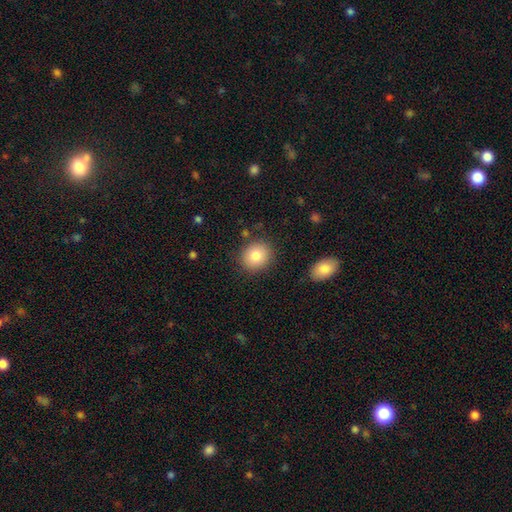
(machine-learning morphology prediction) smooth_or_featured: smooth (p=0.82) [alt: featured or disk p=0.09]
how_rounded: round (p=0.76) [alt: in between p=0.23]
merging: none (p=0.86) [alt: minor disturbance p=0.09]